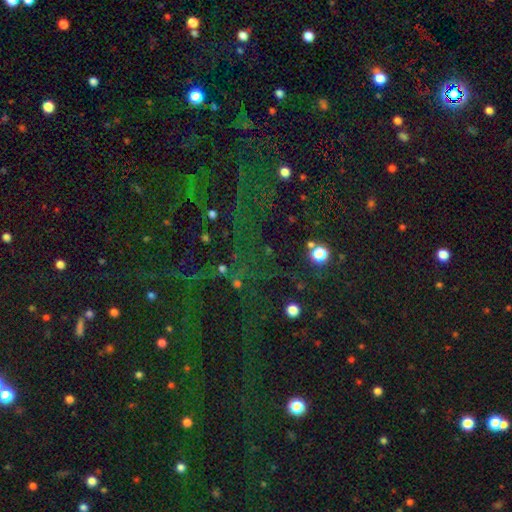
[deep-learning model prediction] Q: Smooth or featured?
A: star or artifact (77%); runner-up: smooth (15%)